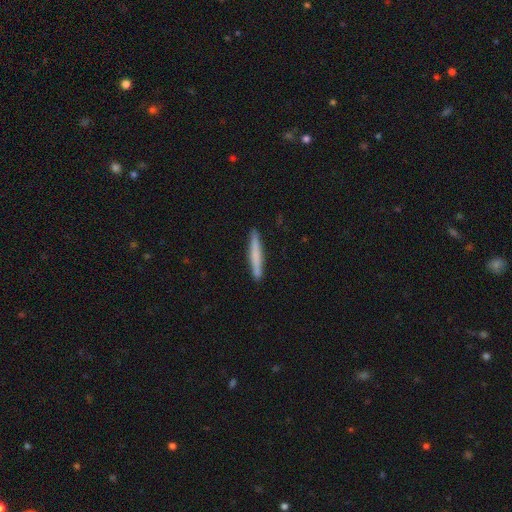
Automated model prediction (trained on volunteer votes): Q: Smooth or featured?
A: smooth (65%); runner-up: featured or disk (28%)
Q: How rounded?
A: cigar-shaped (96%); runner-up: in between (3%)
Q: Merging?
A: none (89%); runner-up: minor disturbance (8%)